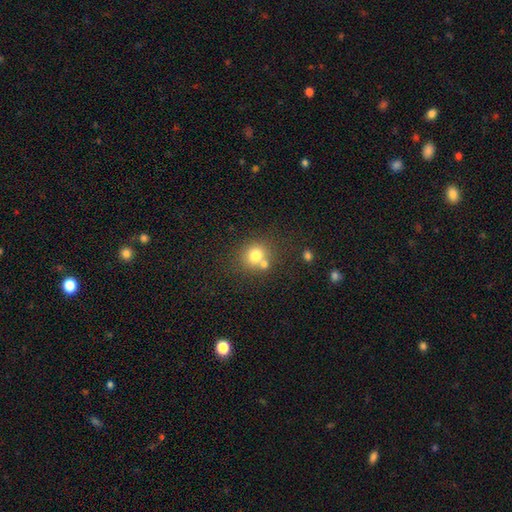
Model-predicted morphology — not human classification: Q: Smooth or featured?
A: smooth (75%); runner-up: star or artifact (13%)
Q: How rounded?
A: round (83%); runner-up: in between (16%)
Q: Merging?
A: none (60%); runner-up: merger (27%)